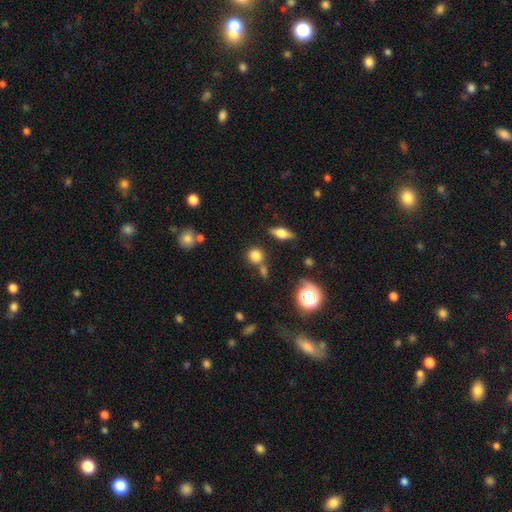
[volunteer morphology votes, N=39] A smooth galaxy with no disk features (82%) that is round (88%).

Vote fractions:
- Smooth or featured? smooth: 82% / star or artifact: 10% / featured or disk: 8%
- How rounded? round: 88% / in between: 12% / cigar-shaped: 0%
- Merging? none: 74% / minor disturbance: 11% / merger: 11% / major disturbance: 3%